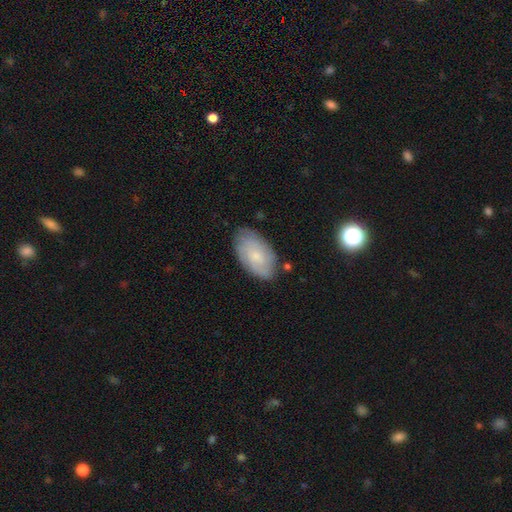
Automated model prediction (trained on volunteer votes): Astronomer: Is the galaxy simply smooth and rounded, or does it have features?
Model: smooth — 57% (runner-up: featured or disk, 35%).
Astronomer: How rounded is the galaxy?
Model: in between — 93%.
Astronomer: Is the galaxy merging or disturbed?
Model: none — 76%.